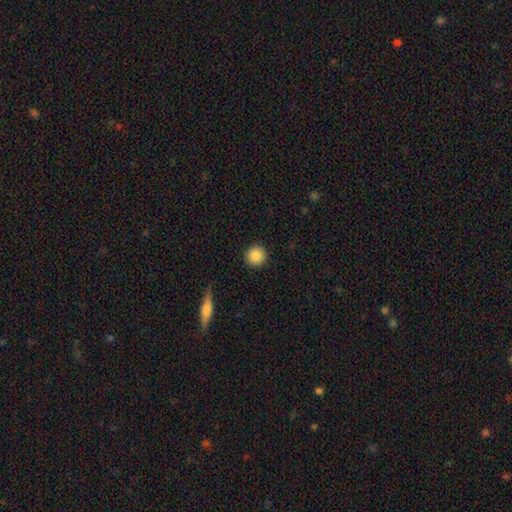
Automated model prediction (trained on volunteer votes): Smooth or featured? Predicted: smooth (p=0.88). How rounded? Predicted: round (p=0.94). Merging? Predicted: none (p=0.92).